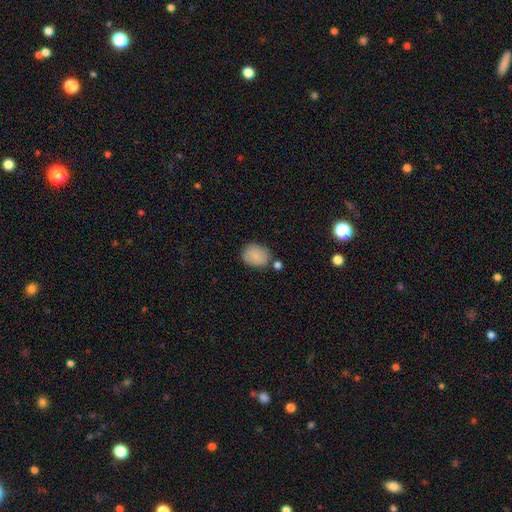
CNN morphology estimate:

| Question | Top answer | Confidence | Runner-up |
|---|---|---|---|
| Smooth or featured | smooth | 85% | featured or disk (8%) |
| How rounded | in between | 57% | round (41%) |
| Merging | none | 68% | minor disturbance (17%) |